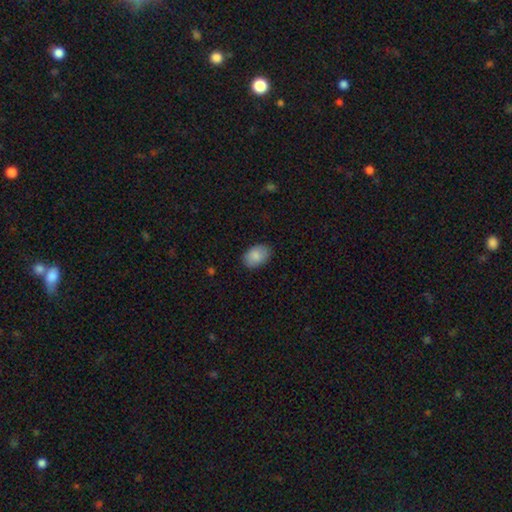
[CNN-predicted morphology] This is clearly a smooth galaxy (87%). How rounded: clearly in between (86%). Merging: clearly none (84%).